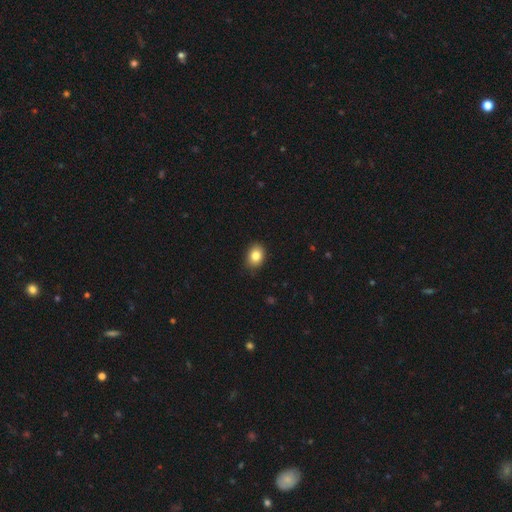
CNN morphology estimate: Overall: smooth (83%). How rounded: in between (62%; round 37%). Merging: none (87%).